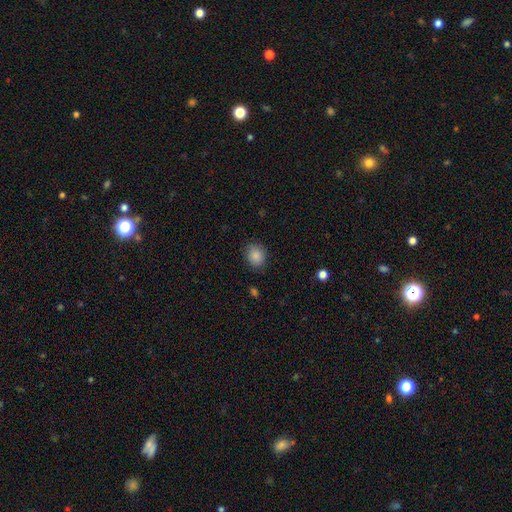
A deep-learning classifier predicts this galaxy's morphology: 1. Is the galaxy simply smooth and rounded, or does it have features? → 87% smooth, 9% star or artifact, 5% featured or disk.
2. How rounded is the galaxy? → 65% round, 34% in between, 1% cigar-shaped.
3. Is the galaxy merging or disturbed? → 84% none, 12% minor disturbance, 3% major disturbance, 1% merger.